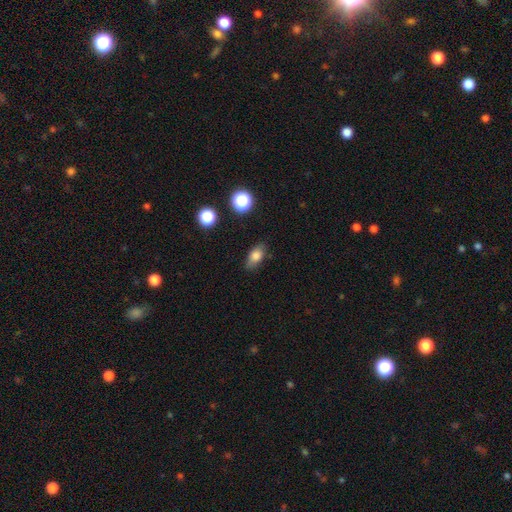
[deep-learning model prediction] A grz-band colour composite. It shows a smooth galaxy with no disk features (78%) that is in between round and cigar-shaped (84%). Merging: none (80%).